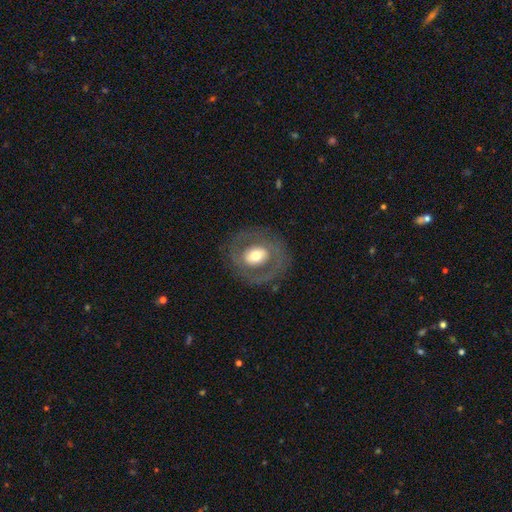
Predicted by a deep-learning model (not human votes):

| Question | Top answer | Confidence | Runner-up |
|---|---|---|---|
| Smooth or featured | featured or disk | 57% | smooth (36%) |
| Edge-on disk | no | 94% | yes (6%) |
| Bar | no | 50% | weak (30%) |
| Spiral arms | no | 67% | yes (33%) |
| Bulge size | moderate | 60% | large (25%) |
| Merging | none | 78% | minor disturbance (12%) |